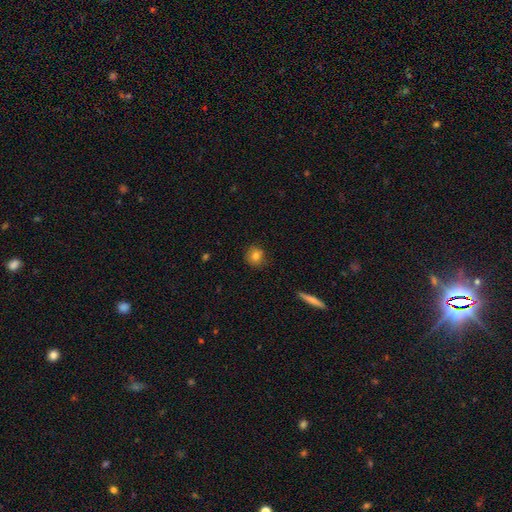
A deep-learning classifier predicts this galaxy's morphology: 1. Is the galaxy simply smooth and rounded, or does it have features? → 81% smooth, 11% star or artifact, 8% featured or disk.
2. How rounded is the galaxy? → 88% round, 11% in between, 1% cigar-shaped.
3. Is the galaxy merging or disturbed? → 86% none, 11% minor disturbance, 2% major disturbance, 1% merger.